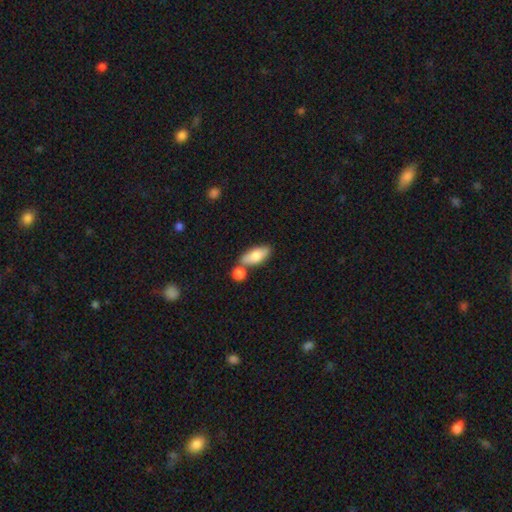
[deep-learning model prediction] A smooth galaxy with no disk features (75%) that is in between round and cigar-shaped (80%). Merging: none (58%).